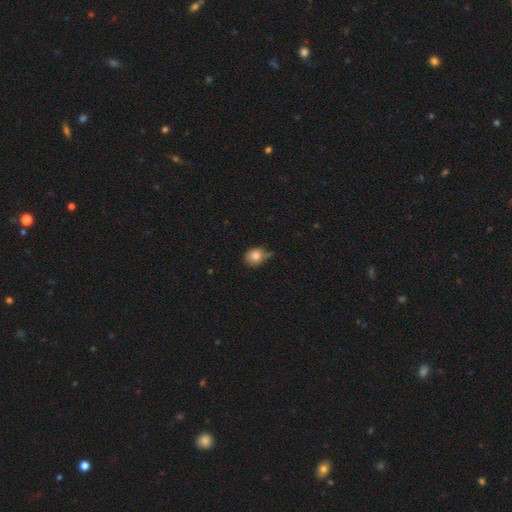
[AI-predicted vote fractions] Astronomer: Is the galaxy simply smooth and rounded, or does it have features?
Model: smooth — 79%.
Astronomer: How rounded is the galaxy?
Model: round — 73%.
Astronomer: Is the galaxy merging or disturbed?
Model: none — 46% (runner-up: minor disturbance, 39%).